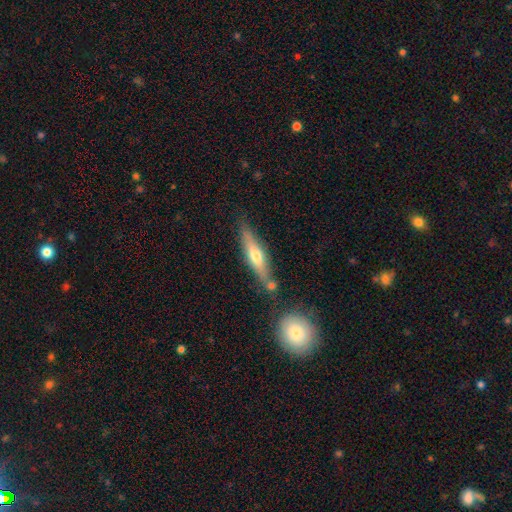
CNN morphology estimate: This appears to be a featured or disk galaxy (48%). Merging: none (71%).